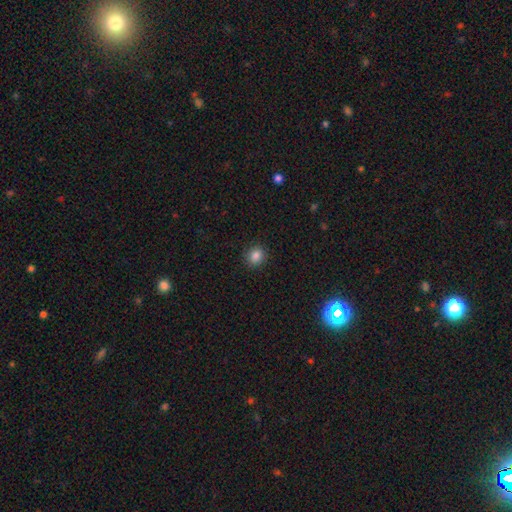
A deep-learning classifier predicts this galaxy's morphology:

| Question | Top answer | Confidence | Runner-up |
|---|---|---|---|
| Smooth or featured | smooth | 85% | star or artifact (11%) |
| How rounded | round | 79% | in between (20%) |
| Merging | none | 90% | minor disturbance (7%) |